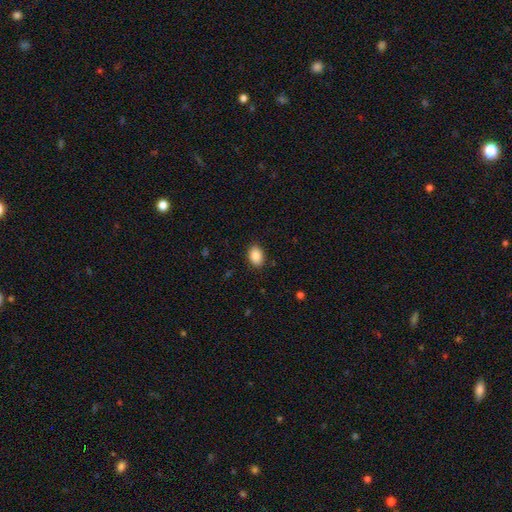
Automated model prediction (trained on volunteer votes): smooth 89%, star or artifact 8%, featured or disk 3%. Down the decision tree: how rounded — in between (82%); merging — none (88%).